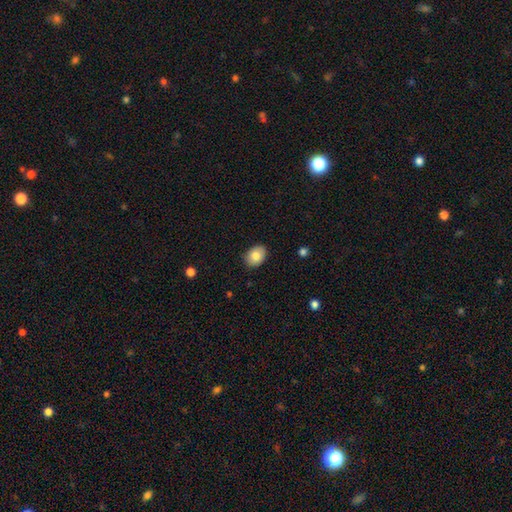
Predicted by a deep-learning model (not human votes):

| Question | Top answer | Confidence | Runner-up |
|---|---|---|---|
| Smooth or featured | smooth | 82% | featured or disk (11%) |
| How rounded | in between | 68% | round (31%) |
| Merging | none | 87% | minor disturbance (10%) |